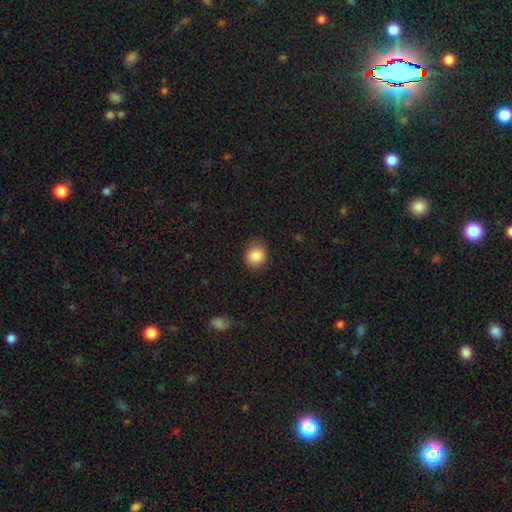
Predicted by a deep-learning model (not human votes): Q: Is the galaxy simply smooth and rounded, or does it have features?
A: smooth — 87%.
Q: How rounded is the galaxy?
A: round — 74%.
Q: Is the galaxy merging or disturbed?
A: none — 82%.